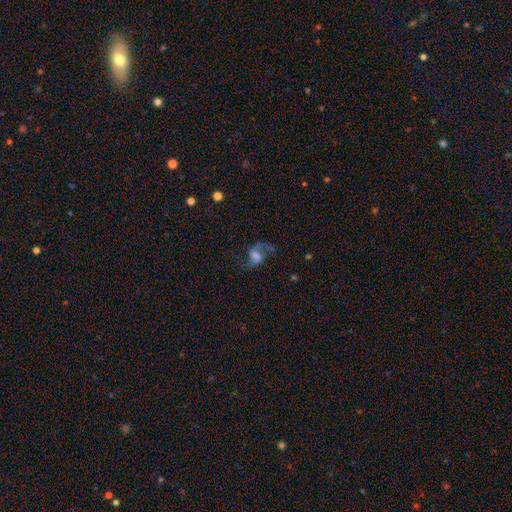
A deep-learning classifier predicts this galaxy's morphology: Overall: featured or disk (69%). Edge-on disk: no (97%). Bar: weak (46%; no 36%). Spiral arms: yes (92%). Spiral arm count: 2 (87%). Spiral winding: loose (71%). Bulge size: none (26%, tied with moderate). Merging: none (60%).